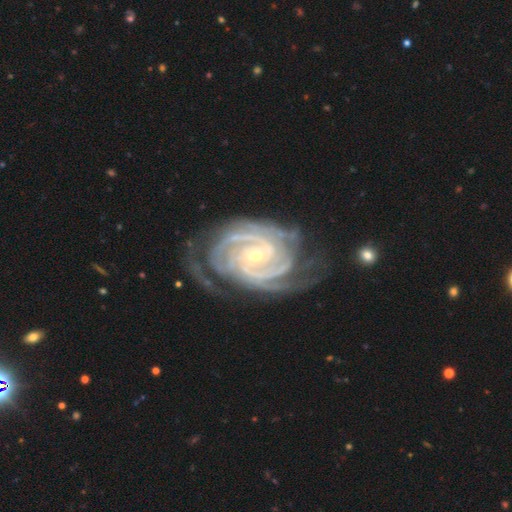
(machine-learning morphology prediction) Overall: featured or disk (93%). Edge-on disk: no (97%). Bar: no (54%; weak 29%). Spiral arms: yes (99%). Spiral arm count: 2 (30%; 3 25%). Spiral winding: tight (75%). Bulge size: small (74%). Merging: none (67%).